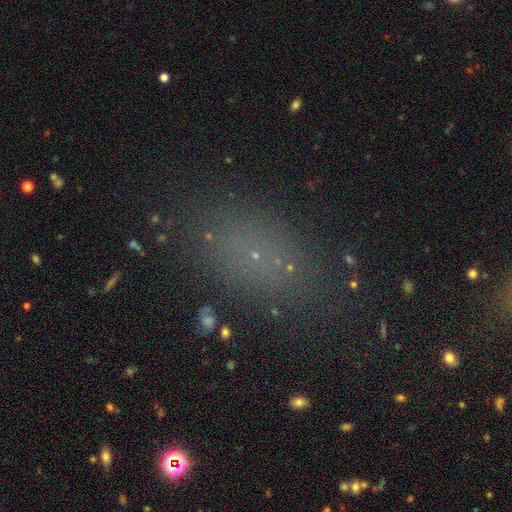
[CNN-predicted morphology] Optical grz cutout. It shows a smooth galaxy with no disk features (59%) that is in between round and cigar-shaped (80%). Merging: none (78%).